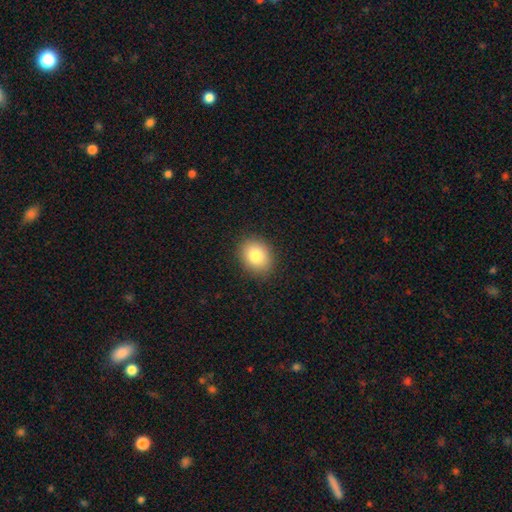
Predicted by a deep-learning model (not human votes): A smooth galaxy with no disk features (82%) that is round (51%). Merging: none (89%).